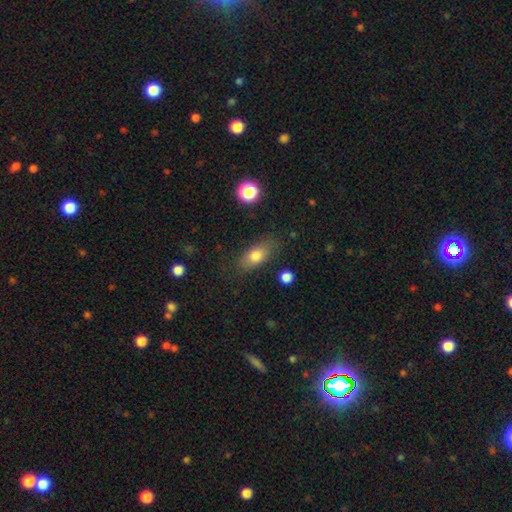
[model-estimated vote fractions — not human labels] Smooth or featured? smooth (77%)
How rounded? in between (80%)
Merging? none (77%)